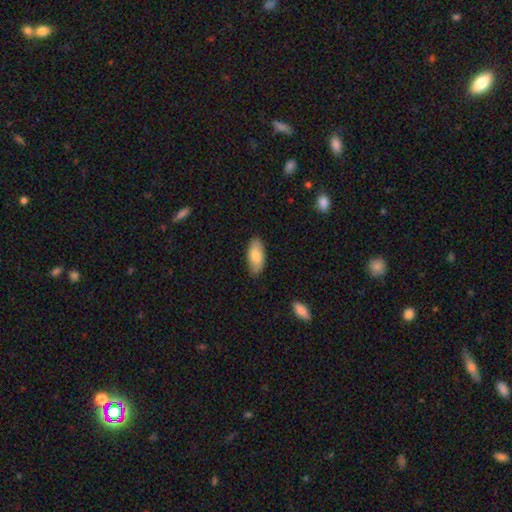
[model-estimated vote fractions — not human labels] Q: Smooth or featured?
A: smooth (80%); runner-up: featured or disk (14%)
Q: How rounded?
A: in between (88%); runner-up: cigar-shaped (10%)
Q: Merging?
A: none (85%); runner-up: minor disturbance (12%)